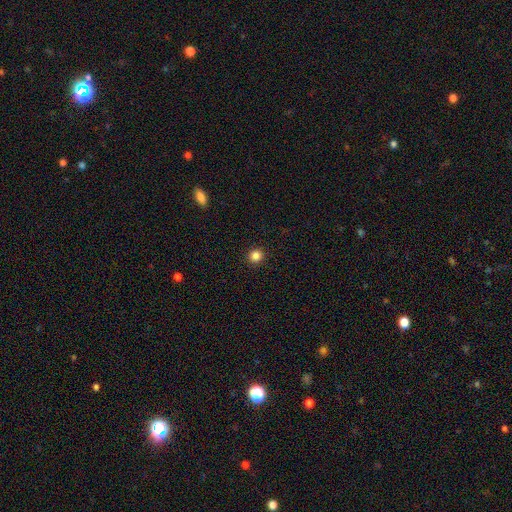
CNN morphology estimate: The model was most divided on "smooth or featured": smooth: 84%, star or artifact: 12%, featured or disk: 4%. More confident: how rounded — round (93%); merging — none (93%).